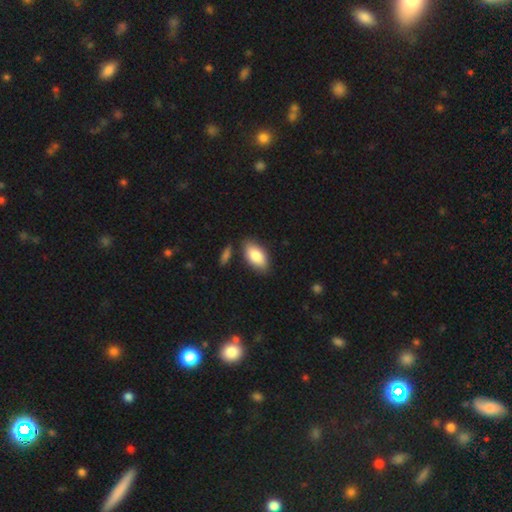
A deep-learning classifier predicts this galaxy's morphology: The model was most divided on "merging": none: 80%, minor disturbance: 12%, merger: 5%, major disturbance: 3%. More confident: how rounded — in between (93%); smooth or featured — smooth (84%).